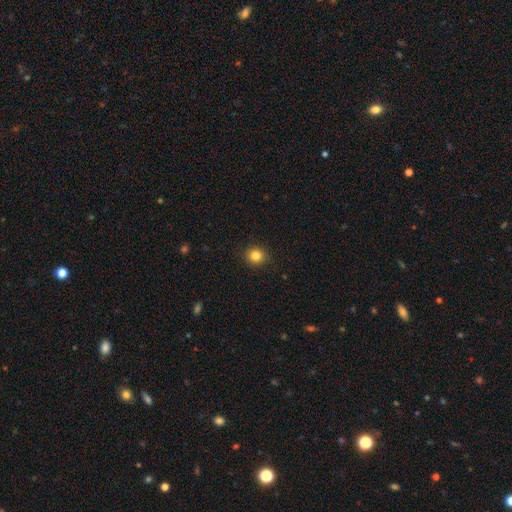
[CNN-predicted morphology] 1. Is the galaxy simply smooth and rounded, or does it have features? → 83% smooth, 11% star or artifact, 5% featured or disk.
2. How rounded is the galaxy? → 85% round, 14% in between, 1% cigar-shaped.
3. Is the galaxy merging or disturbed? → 91% none, 6% minor disturbance, 2% major disturbance, 1% merger.